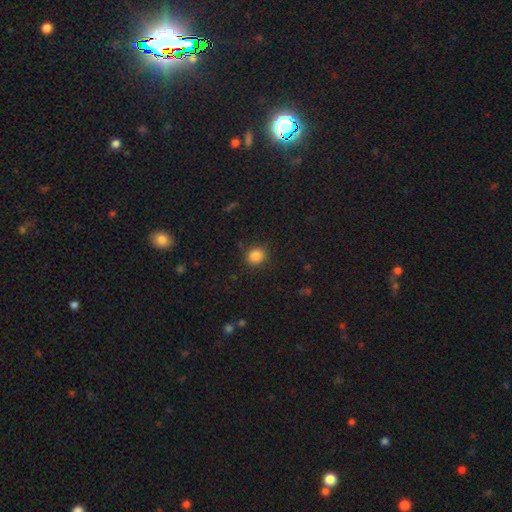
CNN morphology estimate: Smooth or featured? smooth (86%)
How rounded? round (73%)
Merging? none (88%)